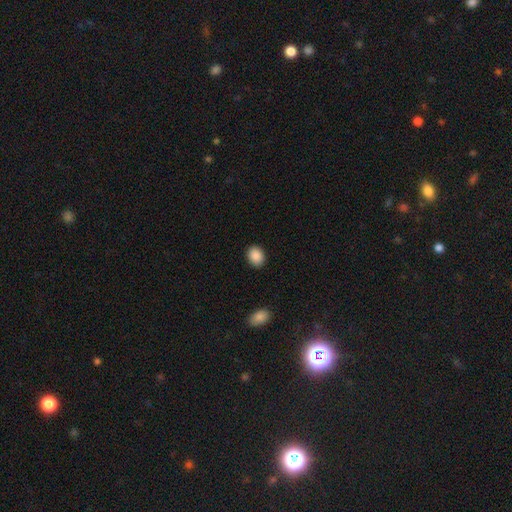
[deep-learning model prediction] This is clearly a smooth galaxy (89%). How rounded: possibly in between (57%). Merging: clearly none (89%).